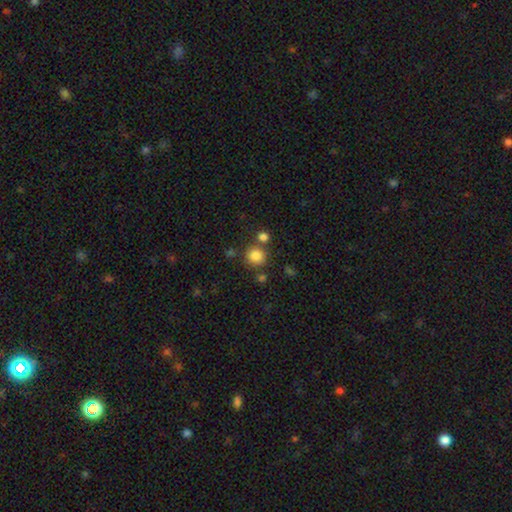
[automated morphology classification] A smooth galaxy with no disk features (83%) that is round (89%). Merging: none (74%).